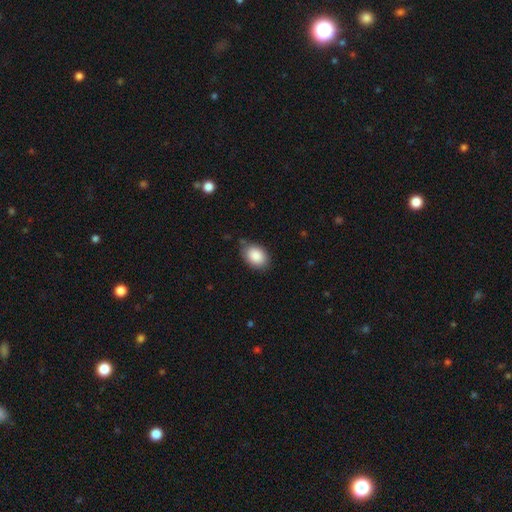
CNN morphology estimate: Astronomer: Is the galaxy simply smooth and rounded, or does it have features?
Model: smooth — 88%.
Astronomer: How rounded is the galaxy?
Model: in between — 83%.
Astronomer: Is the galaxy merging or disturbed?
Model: none — 77%.